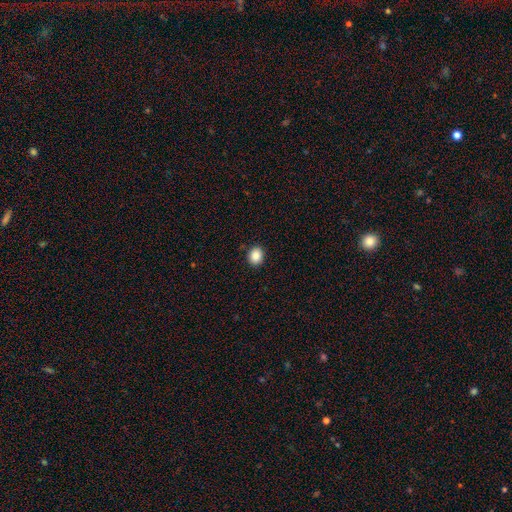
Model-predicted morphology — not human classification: This appears to be a smooth galaxy with no disk features (87%) that is round (68%). Merging: none (89%).